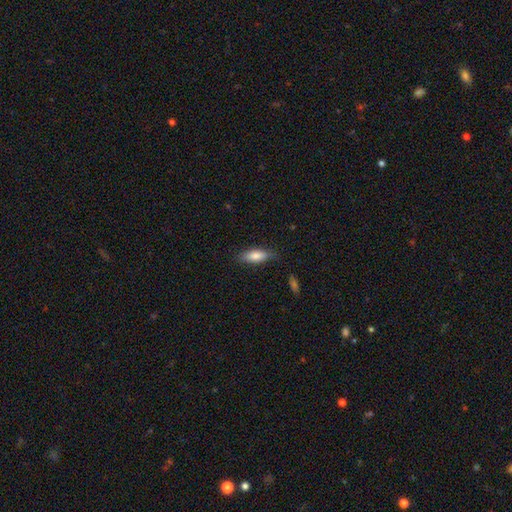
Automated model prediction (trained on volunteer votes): Smooth or featured? Predicted: smooth (p=0.79). How rounded? Predicted: in between (p=0.70). Merging? Predicted: none (p=0.78).